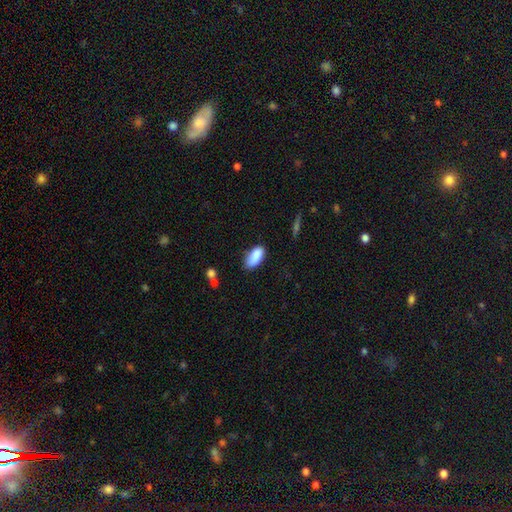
Smooth or featured? 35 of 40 (88%) said smooth. How rounded? 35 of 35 (100%) said in between. Merging? 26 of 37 (70%) said none.